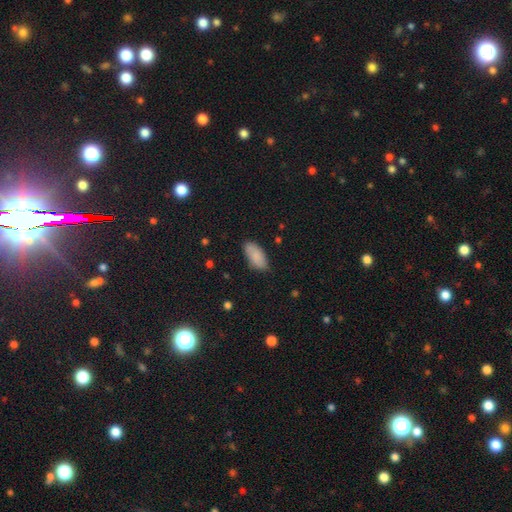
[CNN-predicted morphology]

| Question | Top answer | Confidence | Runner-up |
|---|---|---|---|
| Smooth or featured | smooth | 87% | featured or disk (7%) |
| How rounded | in between | 90% | cigar-shaped (8%) |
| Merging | none | 80% | minor disturbance (16%) |